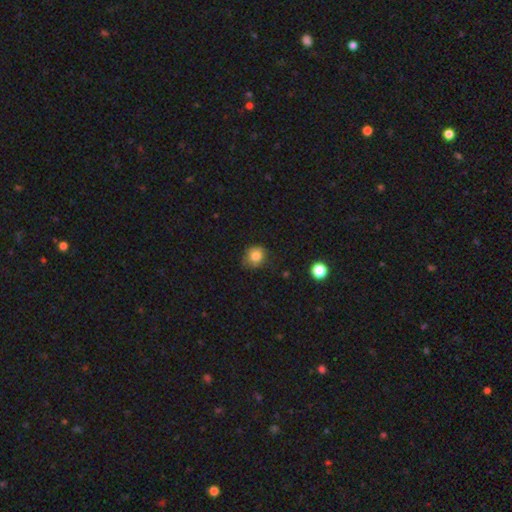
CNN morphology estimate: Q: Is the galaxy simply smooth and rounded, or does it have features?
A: smooth — 82%.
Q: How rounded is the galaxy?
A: round — 78%.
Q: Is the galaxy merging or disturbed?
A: none — 67%.